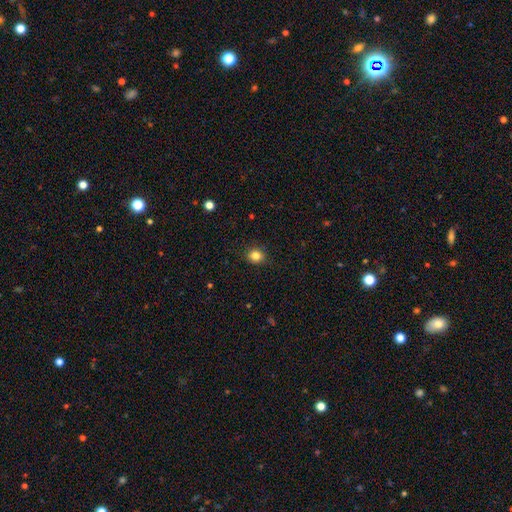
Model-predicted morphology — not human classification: A smooth galaxy with no disk features (84%) that is round (75%). Merging: none (89%).